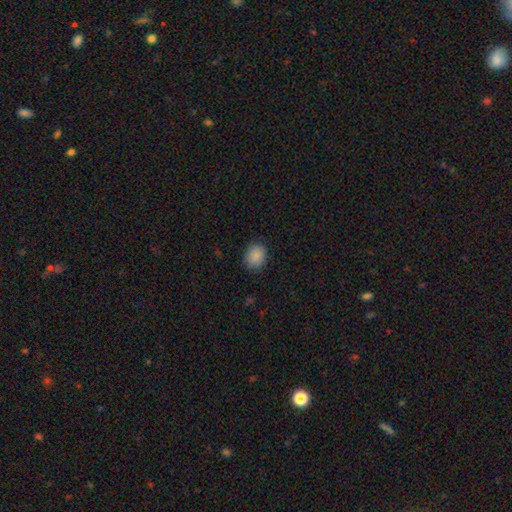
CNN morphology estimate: smooth_or_featured: smooth (p=0.88) [alt: star or artifact p=0.08]
how_rounded: round (p=0.61) [alt: in between p=0.38]
merging: none (p=0.85) [alt: minor disturbance p=0.11]